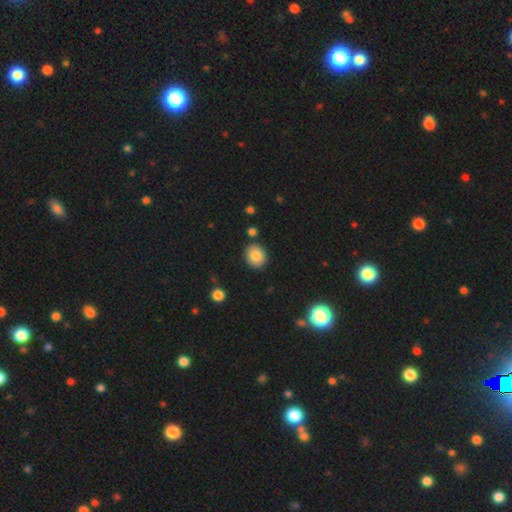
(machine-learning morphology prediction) smooth_or_featured: smooth (p=0.84) [alt: star or artifact p=0.09]
how_rounded: round (p=0.60) [alt: in between p=0.39]
merging: none (p=0.86) [alt: minor disturbance p=0.08]